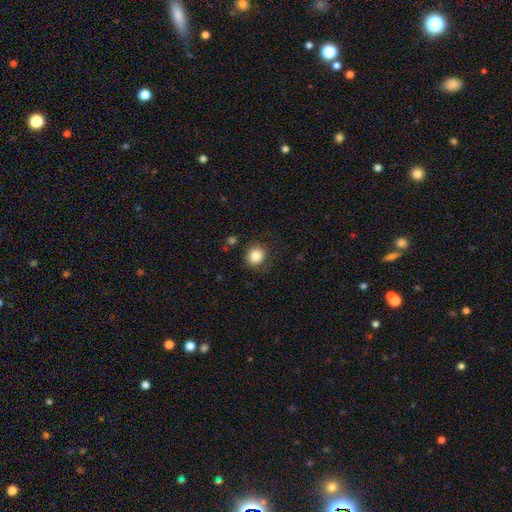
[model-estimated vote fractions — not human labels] Smooth or featured? Predicted: smooth (p=0.85). How rounded? Predicted: round (p=0.85). Merging? Predicted: none (p=0.84).